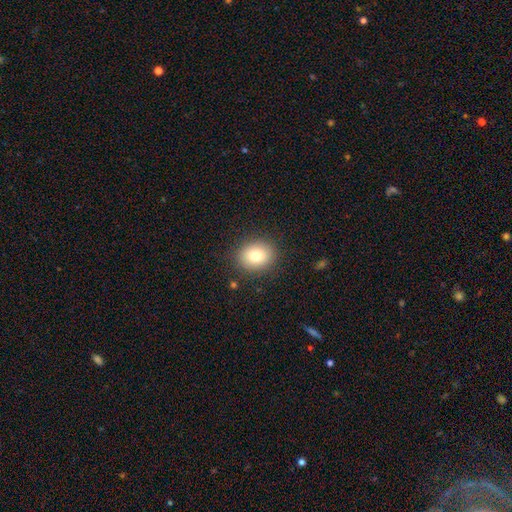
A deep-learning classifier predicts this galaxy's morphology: This appears to be a smooth galaxy with no disk features (78%) that is round (62%). Merging: none (88%).